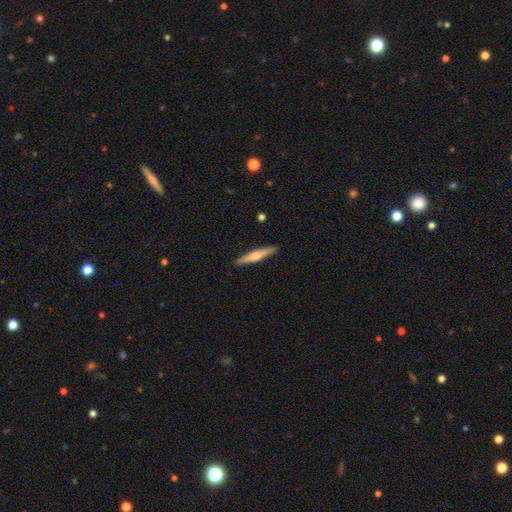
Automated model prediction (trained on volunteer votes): smooth-or-featured: smooth: 49% | featured or disk: 45% | star or artifact: 5%
  merging: none: 91% | minor disturbance: 7% | major disturbance: 1% | merger: 1%